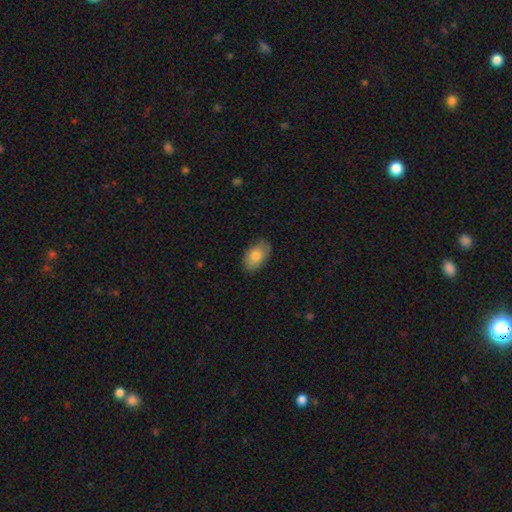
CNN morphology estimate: smooth_or_featured: smooth (p=0.79) [alt: featured or disk p=0.14]
how_rounded: in between (p=0.92) [alt: round p=0.07]
merging: none (p=0.83) [alt: minor disturbance p=0.14]